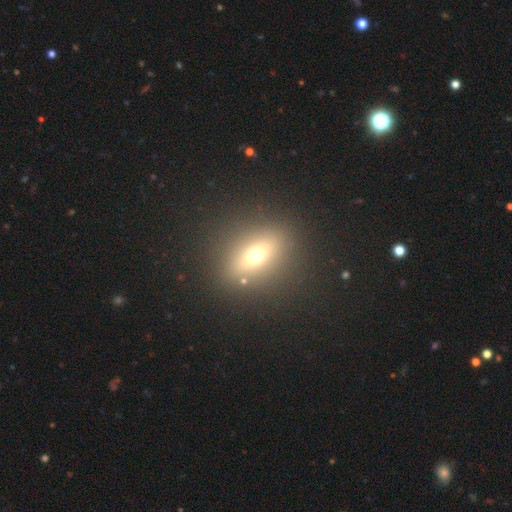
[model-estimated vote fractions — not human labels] This appears to be a smooth galaxy with no disk features (57%) that is in between round and cigar-shaped (57%). Merging: none (84%).